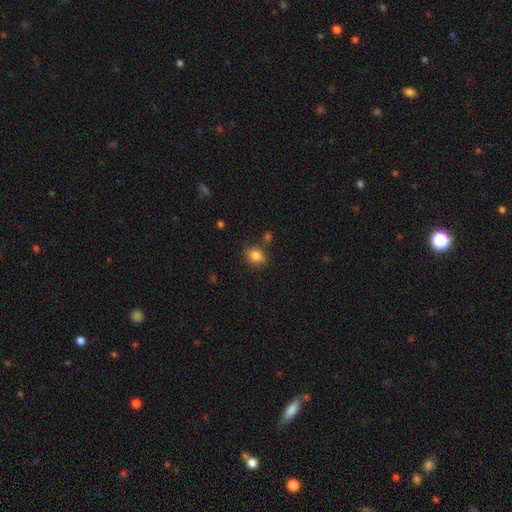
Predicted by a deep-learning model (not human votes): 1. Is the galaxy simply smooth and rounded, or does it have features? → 83% smooth, 10% star or artifact, 7% featured or disk.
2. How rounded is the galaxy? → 51% round, 48% in between, 1% cigar-shaped.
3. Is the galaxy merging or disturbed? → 75% none, 15% minor disturbance, 6% merger, 4% major disturbance.